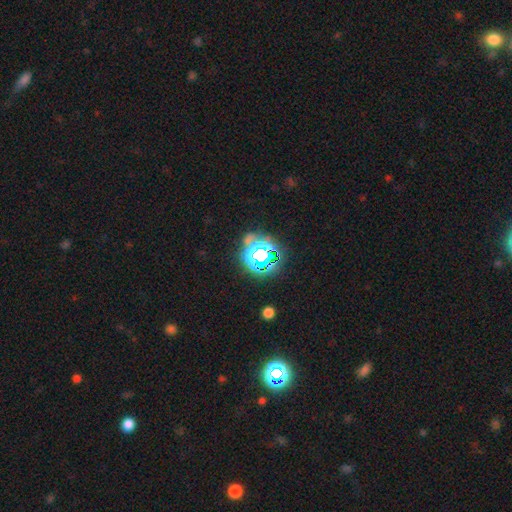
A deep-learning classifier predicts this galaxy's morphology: smooth-or-featured: star or artifact: 63% | smooth: 23% | featured or disk: 14%